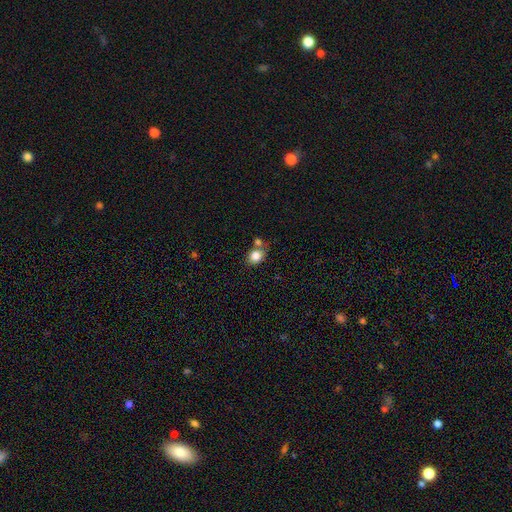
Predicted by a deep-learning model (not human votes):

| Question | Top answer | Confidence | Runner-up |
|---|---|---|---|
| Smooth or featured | smooth | 82% | star or artifact (10%) |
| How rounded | round | 54% | in between (45%) |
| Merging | none | 58% | merger (23%) |